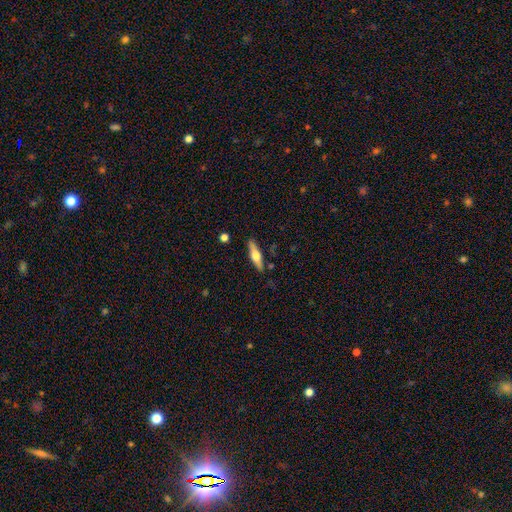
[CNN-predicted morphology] Smooth or featured: featured or disk — 55% (smooth — 39%)
Edge-on disk: yes — 94% (no — 6%)
Edge-on bulge: rounded — 93% (boxy — 4%)
Merging: none — 87% (minor disturbance — 9%)